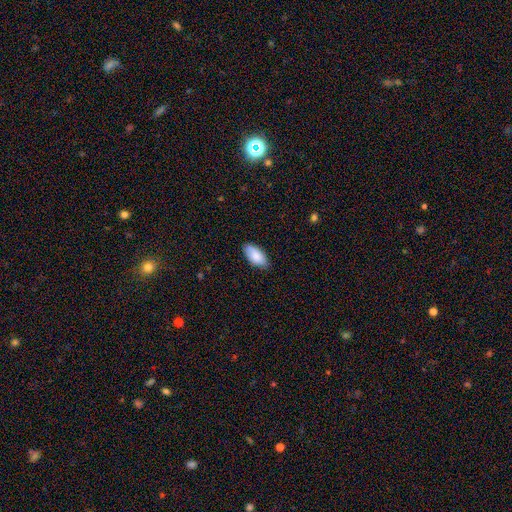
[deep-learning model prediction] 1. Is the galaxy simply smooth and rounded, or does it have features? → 83% smooth, 11% featured or disk, 6% star or artifact.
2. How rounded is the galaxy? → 94% in between, 4% cigar-shaped, 2% round.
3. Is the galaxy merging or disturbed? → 83% none, 14% minor disturbance, 2% major disturbance, 1% merger.